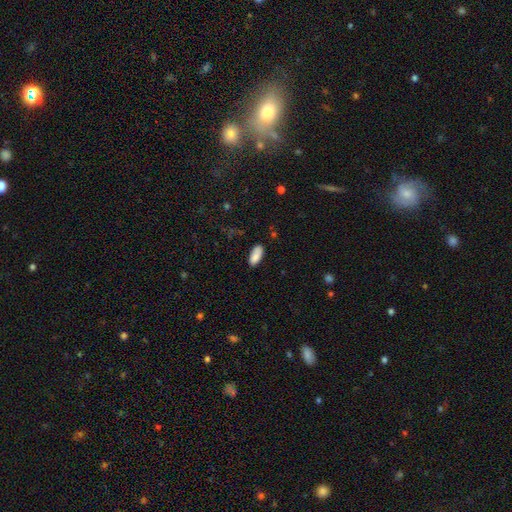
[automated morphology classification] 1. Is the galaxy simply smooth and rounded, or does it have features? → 87% smooth, 7% star or artifact, 6% featured or disk.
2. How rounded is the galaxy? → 86% in between, 12% cigar-shaped, 2% round.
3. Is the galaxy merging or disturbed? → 79% none, 16% minor disturbance, 3% major disturbance, 2% merger.